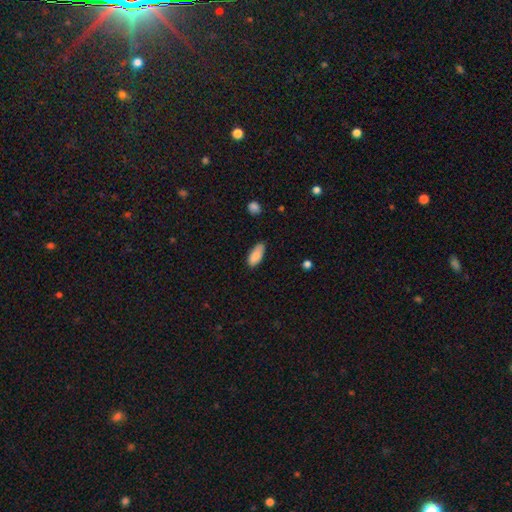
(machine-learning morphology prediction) Smooth or featured?
  - smooth: 88% *
  - star or artifact: 7%
  - featured or disk: 6%
How rounded?
  - in between: 86% *
  - cigar-shaped: 12%
  - round: 2%
Merging?
  - none: 75% *
  - minor disturbance: 21%
  - major disturbance: 3%
  - merger: 1%